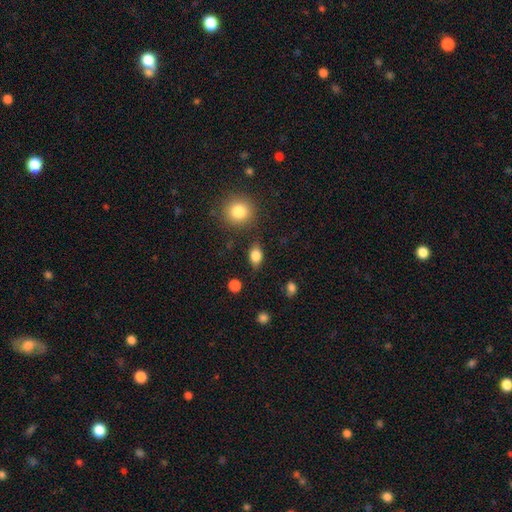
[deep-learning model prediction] smooth 83%, star or artifact 9%, featured or disk 8%. Down the decision tree: how rounded — in between (78%); merging — none (80%).